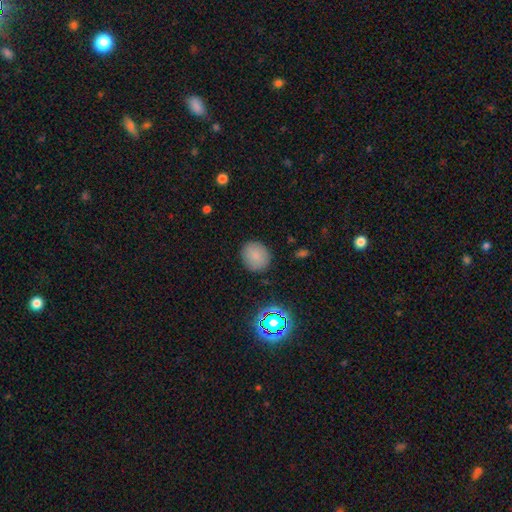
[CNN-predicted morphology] Overall: smooth (83%). How rounded: round (79%). Merging: none (87%).